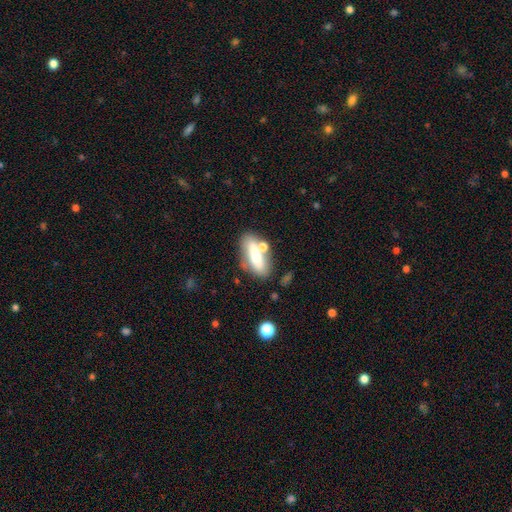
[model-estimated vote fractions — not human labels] Smooth or featured? smooth (62%)
How rounded? in between (65%)
Merging? none (58%)